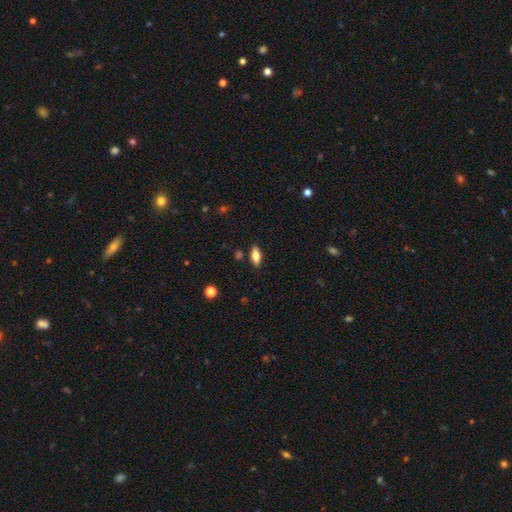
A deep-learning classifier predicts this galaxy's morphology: Overall: smooth (76%). How rounded: in between (80%). Merging: none (86%).